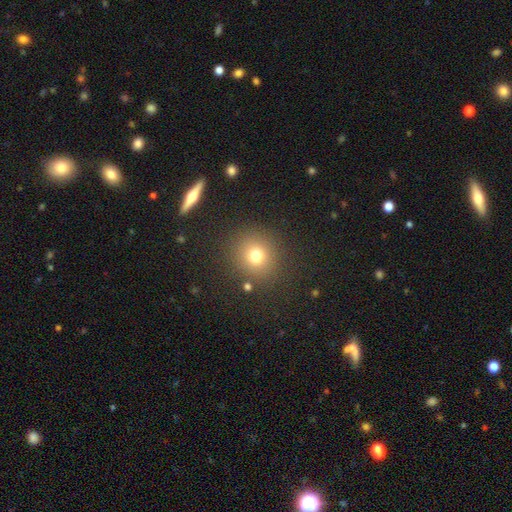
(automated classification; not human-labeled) smooth 74%, star or artifact 17%, featured or disk 8%. Down the decision tree: how rounded — round (90%); merging — none (87%).